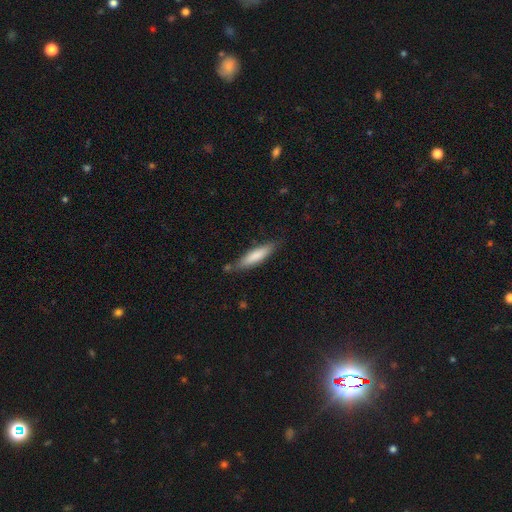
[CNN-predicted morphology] type=smooth (77%); roundness=cigar-shaped (76%); merging=none (75%).